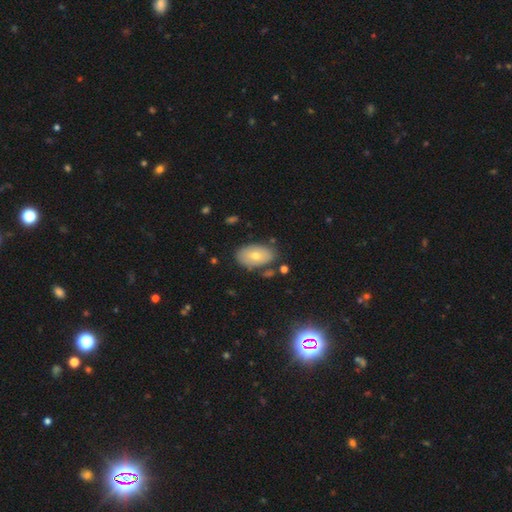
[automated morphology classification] This is likely a smooth galaxy (68%). How rounded: clearly in between (92%). Merging: likely none (77%).